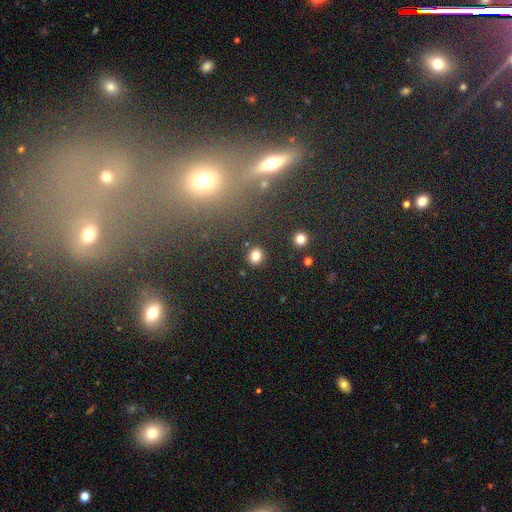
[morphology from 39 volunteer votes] A smooth galaxy with no disk features (87%) that is round (71%).

Vote fractions:
- Smooth or featured? smooth: 87% / featured or disk: 8% / star or artifact: 5%
- How rounded? round: 71% / in between: 29% / cigar-shaped: 0%
- Merging? none: 81% / minor disturbance: 11% / merger: 5% / major disturbance: 3%